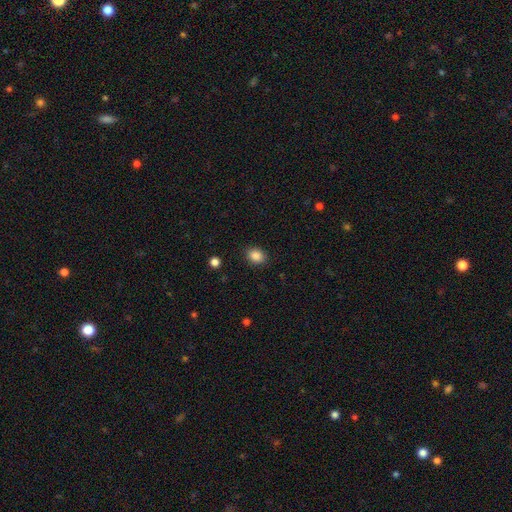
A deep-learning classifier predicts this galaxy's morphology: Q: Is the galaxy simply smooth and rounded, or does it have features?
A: smooth — 86%.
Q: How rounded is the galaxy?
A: round — 51%.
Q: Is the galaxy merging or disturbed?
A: none — 88%.